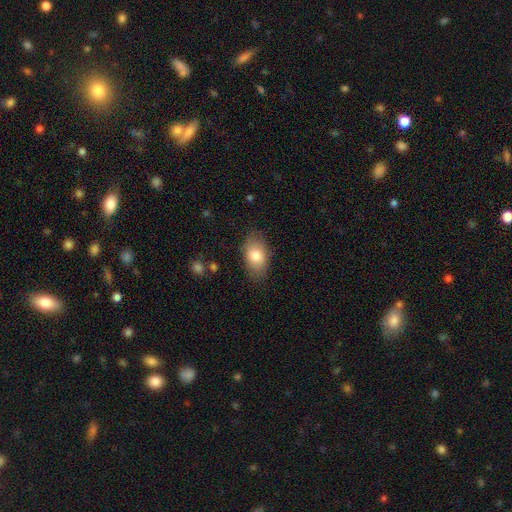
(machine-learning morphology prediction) Overall: smooth (80%). How rounded: in between (90%). Merging: none (80%).